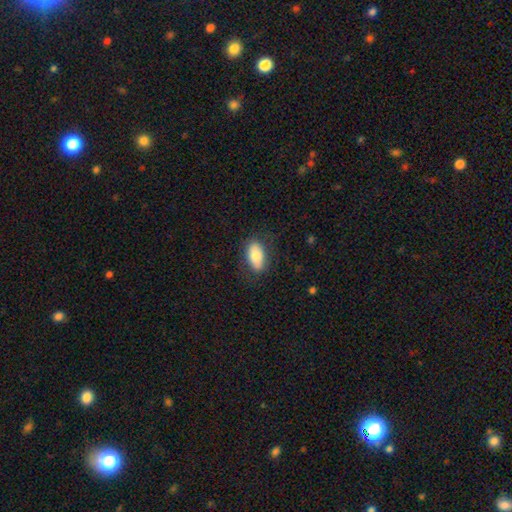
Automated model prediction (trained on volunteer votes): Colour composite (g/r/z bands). It shows a smooth galaxy with no disk features (77%) that is in between round and cigar-shaped (91%). Merging: none (81%).